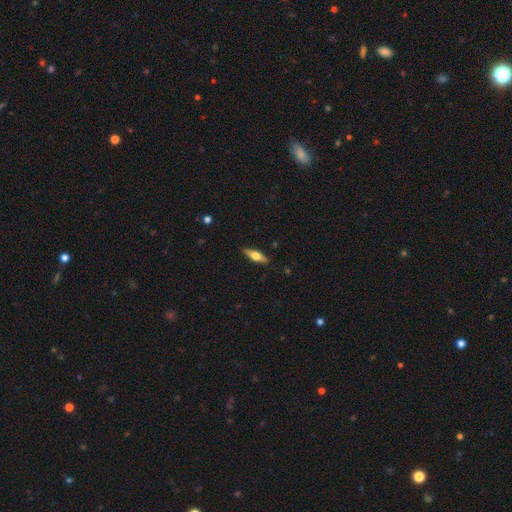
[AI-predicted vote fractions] Overall: featured or disk (47%, tied with smooth). Merging: none (89%).